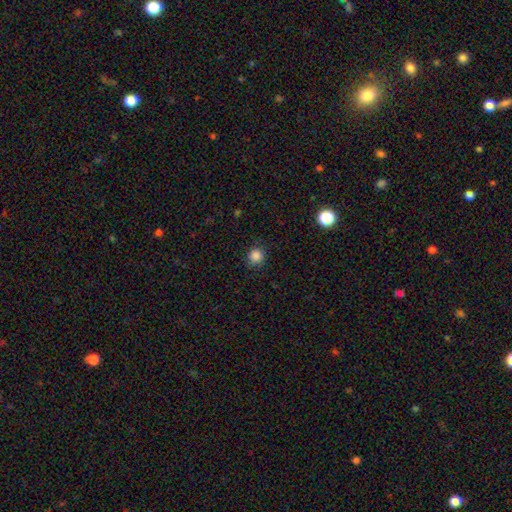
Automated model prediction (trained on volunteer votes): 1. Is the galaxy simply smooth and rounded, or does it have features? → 85% smooth, 12% star or artifact, 3% featured or disk.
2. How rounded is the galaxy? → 90% round, 9% in between, 1% cigar-shaped.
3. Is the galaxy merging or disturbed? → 86% none, 10% minor disturbance, 3% major disturbance, 1% merger.